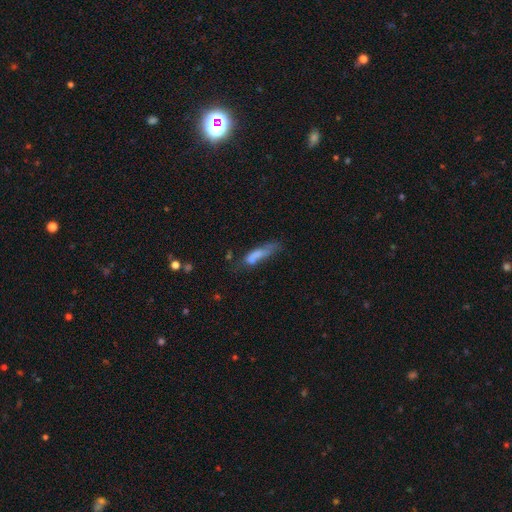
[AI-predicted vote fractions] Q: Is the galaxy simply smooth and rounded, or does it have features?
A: smooth — 69%.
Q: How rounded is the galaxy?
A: cigar-shaped — 57%.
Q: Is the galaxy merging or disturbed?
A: none — 32%.